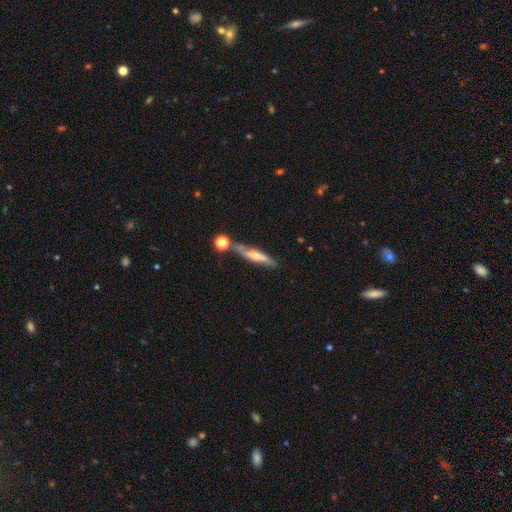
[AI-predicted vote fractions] Smooth or featured? Predicted: featured or disk (p=0.53). Edge-on disk? Predicted: yes (p=0.74). Merging? Predicted: none (p=0.55).